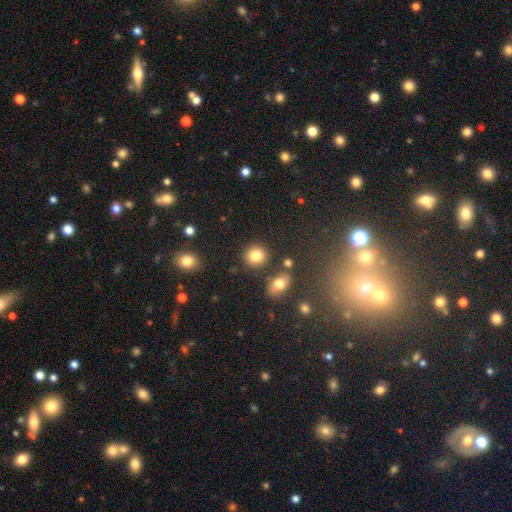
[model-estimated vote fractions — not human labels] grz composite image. It shows a smooth galaxy with no disk features (82%) that is round (84%). Merging: none (82%).